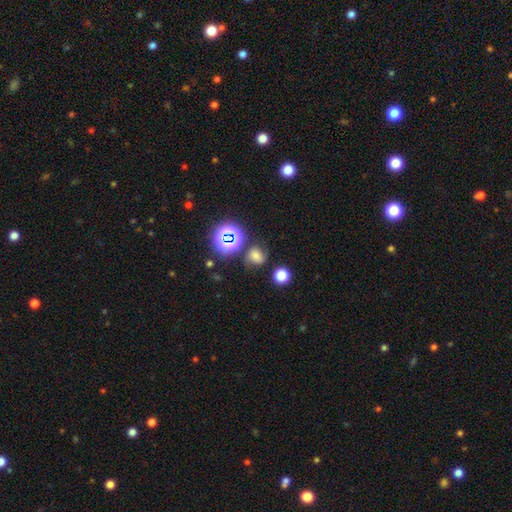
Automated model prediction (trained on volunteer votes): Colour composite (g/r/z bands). It shows a smooth galaxy with no disk features (57%) that is round (68%). Merging: none (66%).